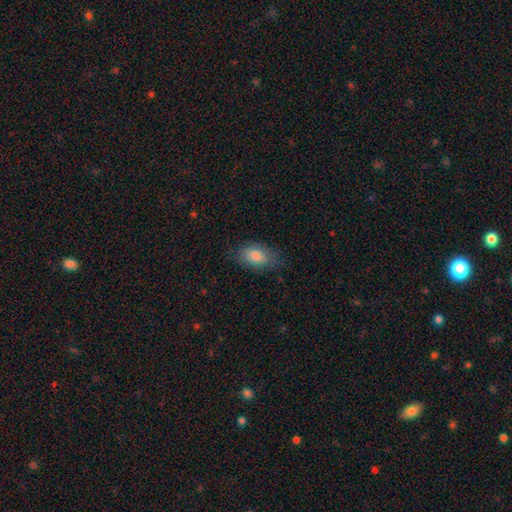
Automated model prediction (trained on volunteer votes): Overall: smooth (81%). How rounded: in between (90%). Merging: none (78%).